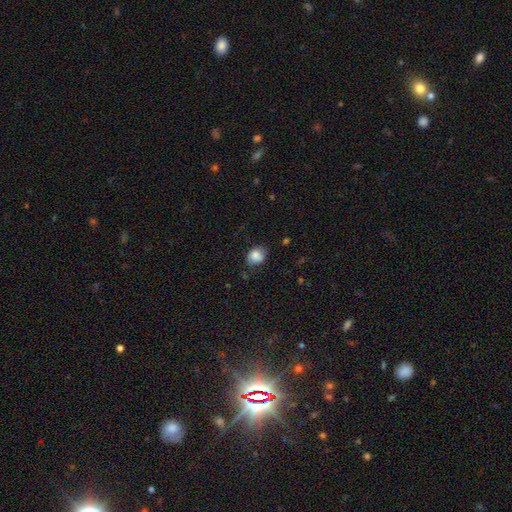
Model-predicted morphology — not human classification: smooth_or_featured: smooth (p=0.80) [alt: featured or disk p=0.11]
how_rounded: in between (p=0.50) [alt: round p=0.49]
merging: none (p=0.68) [alt: minor disturbance p=0.24]